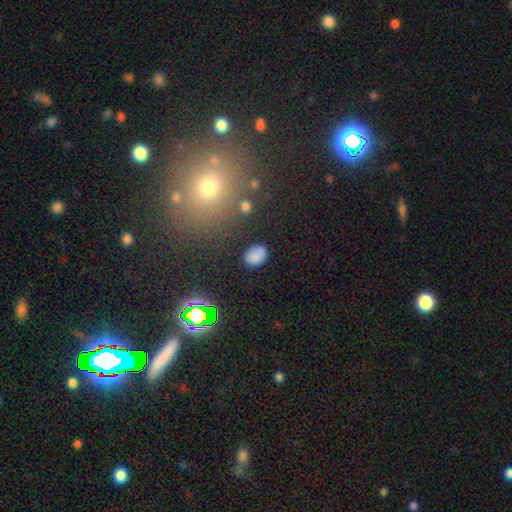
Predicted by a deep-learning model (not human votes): Overall: smooth (82%). How rounded: in between (71%). Merging: none (82%).